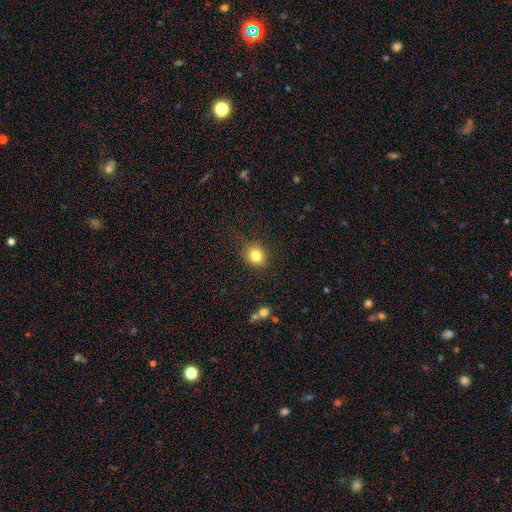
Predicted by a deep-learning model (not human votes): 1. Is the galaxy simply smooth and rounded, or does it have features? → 81% smooth, 11% star or artifact, 8% featured or disk.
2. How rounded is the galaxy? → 67% round, 32% in between, 1% cigar-shaped.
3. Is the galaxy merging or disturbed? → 84% none, 12% minor disturbance, 3% major disturbance, 1% merger.